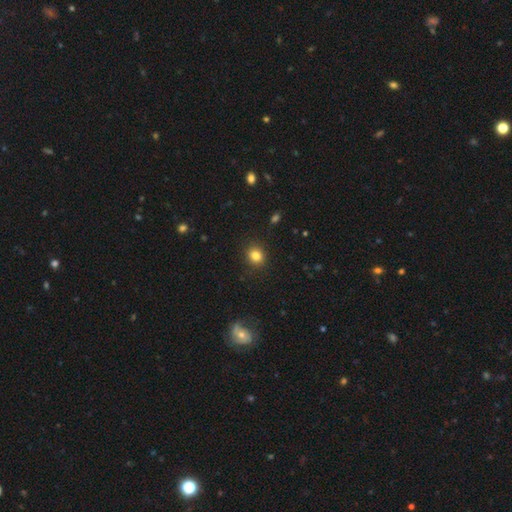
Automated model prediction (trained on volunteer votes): Morphology: type=smooth (83%); roundness=round (73%); merging=none (89%).